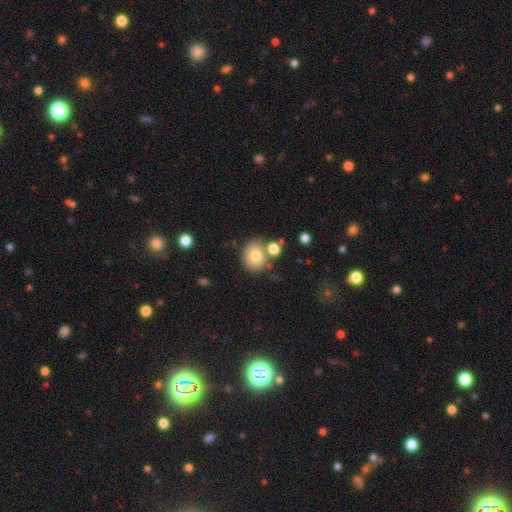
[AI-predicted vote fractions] The model was most divided on "how rounded": round: 65%, in between: 34%, cigar-shaped: 1%. More confident: smooth or featured — smooth (76%); merging — none (63%).